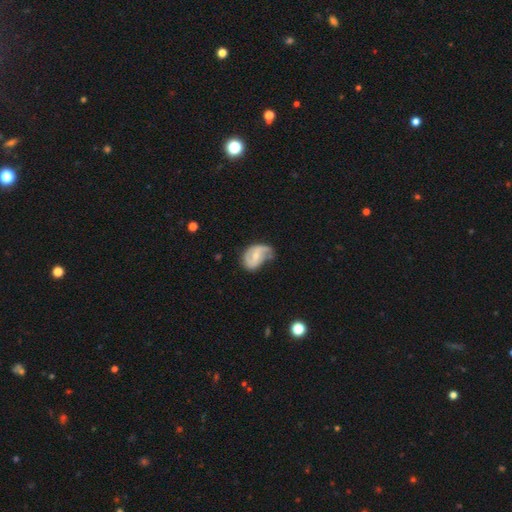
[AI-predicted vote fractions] Morphology: type=featured or disk (66%); edge-on=no (97%); bar=no (45%); spiral arms=yes (82%); winding=medium (41%); arm count=2 (60%); bulge=small (53%); merging=minor disturbance (38%).